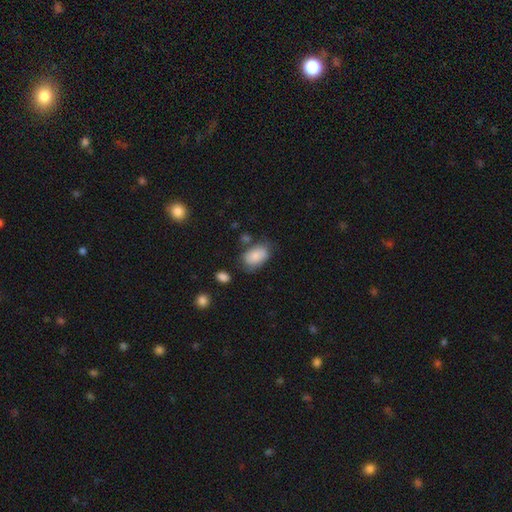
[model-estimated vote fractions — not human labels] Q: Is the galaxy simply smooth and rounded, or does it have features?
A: smooth — 82%.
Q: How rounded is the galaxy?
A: in between — 89%.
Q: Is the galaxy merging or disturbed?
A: none — 61%.